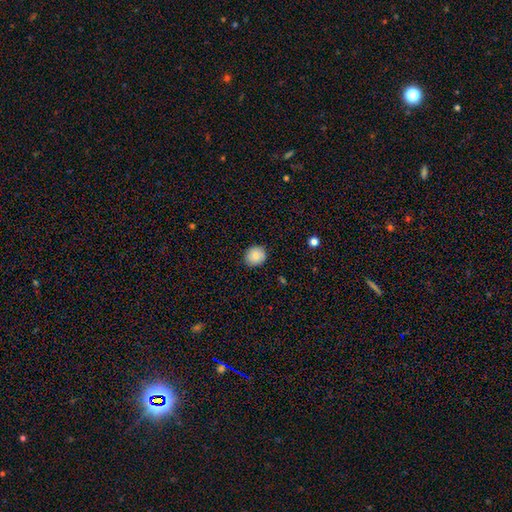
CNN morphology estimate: Overall: smooth (82%). How rounded: round (84%). Merging: none (88%).